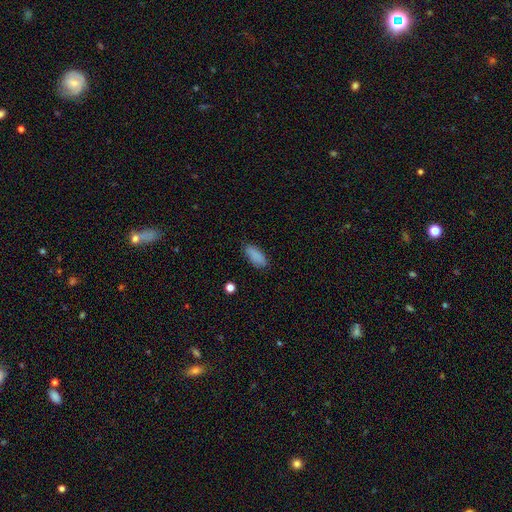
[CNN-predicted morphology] A smooth galaxy with no disk features (87%) that is in between round and cigar-shaped (83%). Merging: none (83%).